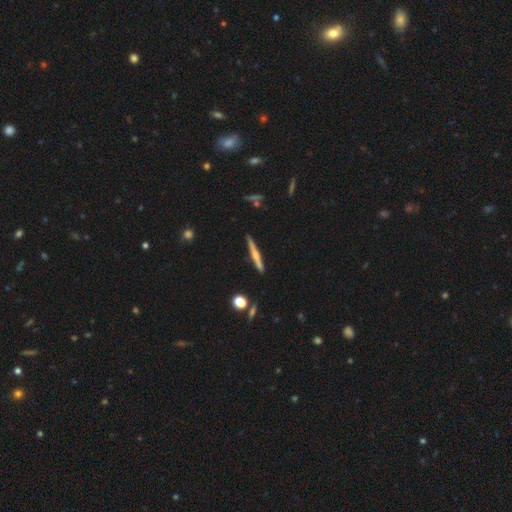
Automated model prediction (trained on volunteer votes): A featured or disk galaxy (54%) viewed edge-on (97%) with a rounded central bulge (60%).

Vote fractions:
- Smooth or featured? featured or disk: 54% / smooth: 39% / star or artifact: 7%
- Edge-on disk? yes: 97% / no: 3%
- Edge-on bulge? rounded: 60% / none: 29% / boxy: 11%
- Merging? none: 87% / minor disturbance: 9% / merger: 2% / major disturbance: 2%